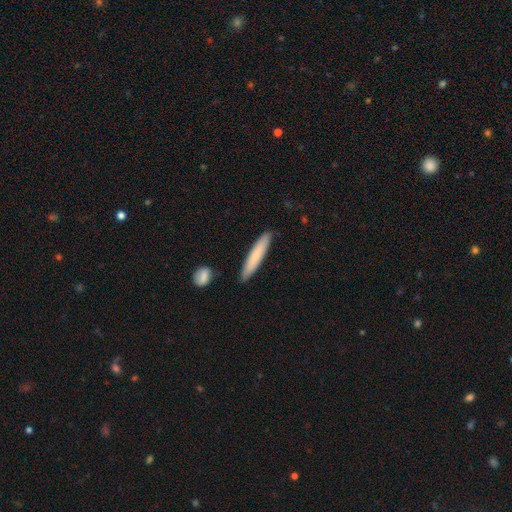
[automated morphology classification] Q: Smooth or featured?
A: smooth (75%); runner-up: featured or disk (19%)
Q: How rounded?
A: cigar-shaped (91%); runner-up: in between (8%)
Q: Merging?
A: none (85%); runner-up: minor disturbance (11%)